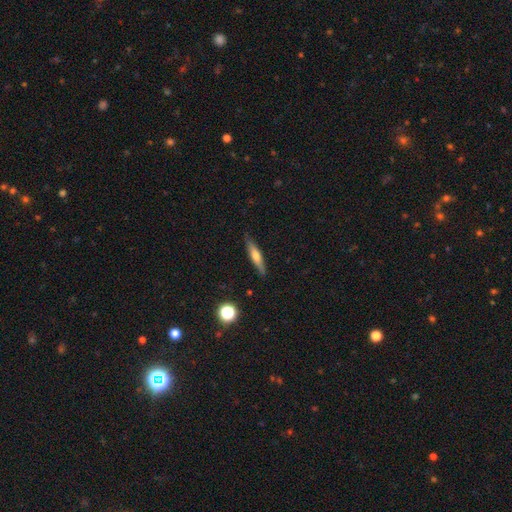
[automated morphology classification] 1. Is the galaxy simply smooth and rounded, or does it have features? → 48% featured or disk, 45% smooth, 7% star or artifact.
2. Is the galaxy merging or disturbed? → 86% none, 10% minor disturbance, 2% major disturbance, 1% merger.